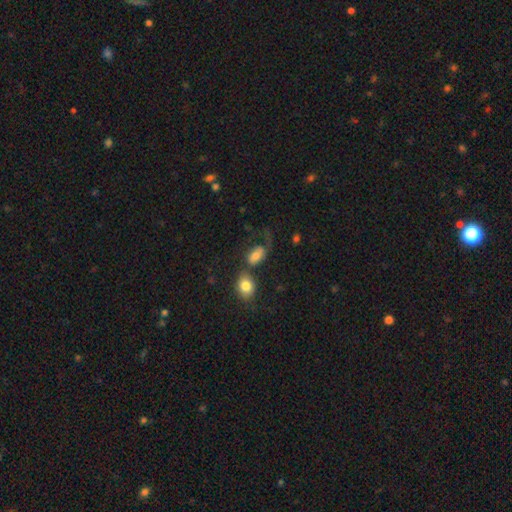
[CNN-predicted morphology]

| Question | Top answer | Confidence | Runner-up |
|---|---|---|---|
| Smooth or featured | smooth | 67% | featured or disk (22%) |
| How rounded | in between | 83% | round (14%) |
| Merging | merger | 31% | major disturbance (28%) |